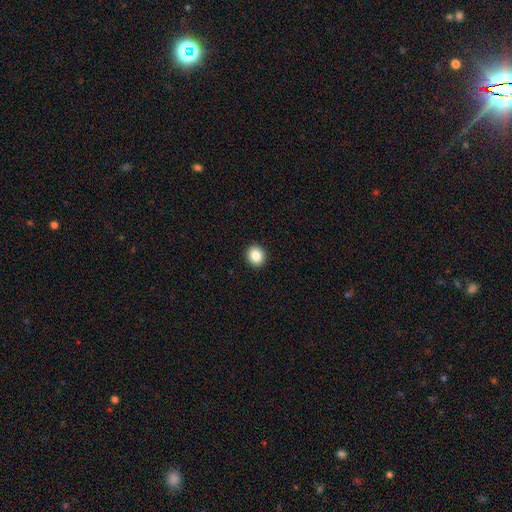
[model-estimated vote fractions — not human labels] smooth_or_featured: smooth (p=0.85) [alt: star or artifact p=0.10]
how_rounded: round (p=0.79) [alt: in between p=0.20]
merging: none (p=0.93) [alt: minor disturbance p=0.05]